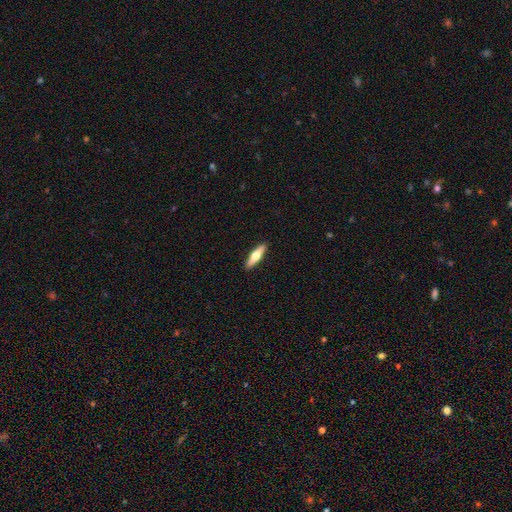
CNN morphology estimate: Q: Smooth or featured?
A: smooth (54%); runner-up: featured or disk (41%)
Q: How rounded?
A: cigar-shaped (70%); runner-up: in between (28%)
Q: Merging?
A: none (91%); runner-up: minor disturbance (6%)